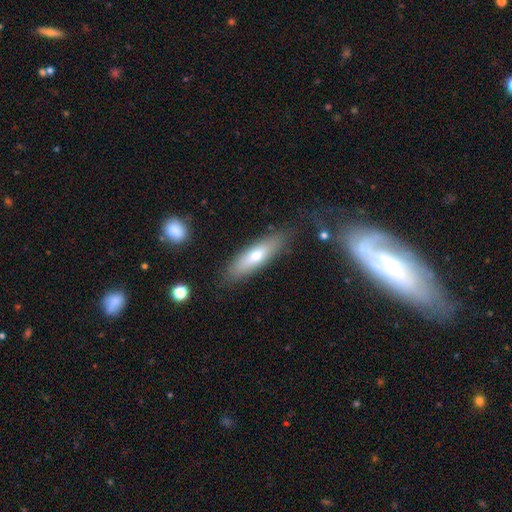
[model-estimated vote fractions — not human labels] smooth 63%, featured or disk 30%, star or artifact 7%. Down the decision tree: how rounded — cigar-shaped (63%); merging — none (81%).